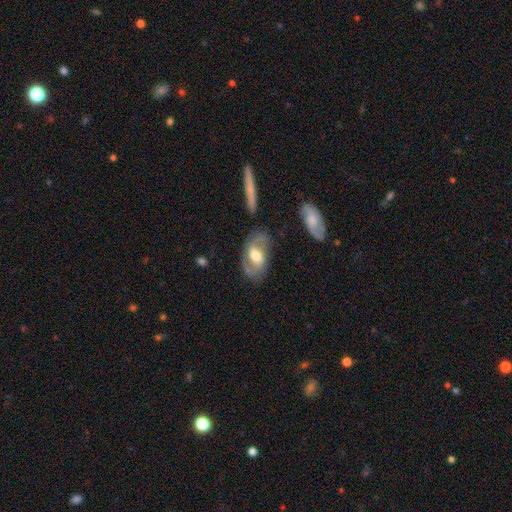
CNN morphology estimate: Smooth or featured? Predicted: featured or disk (p=0.70). Edge-on disk? Predicted: no (p=0.93). Bar? Predicted: weak (p=0.47). Spiral arms? Predicted: yes (p=0.85). Spiral winding? Predicted: medium (p=0.49). Spiral arm count? Predicted: 2 (p=0.84). Bulge size? Predicted: moderate (p=0.61). Merging? Predicted: none (p=0.68).